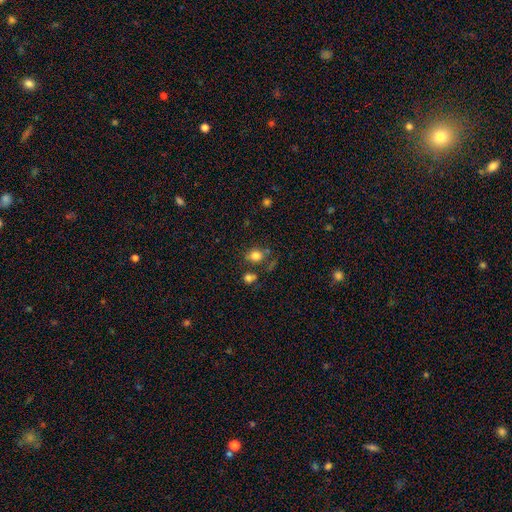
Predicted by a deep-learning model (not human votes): A smooth galaxy with no disk features (78%) that is round (62%).

Vote fractions:
- Smooth or featured? smooth: 78% / star or artifact: 13% / featured or disk: 9%
- How rounded? round: 62% / in between: 37% / cigar-shaped: 1%
- Merging? none: 61% / minor disturbance: 16% / merger: 15% / major disturbance: 8%